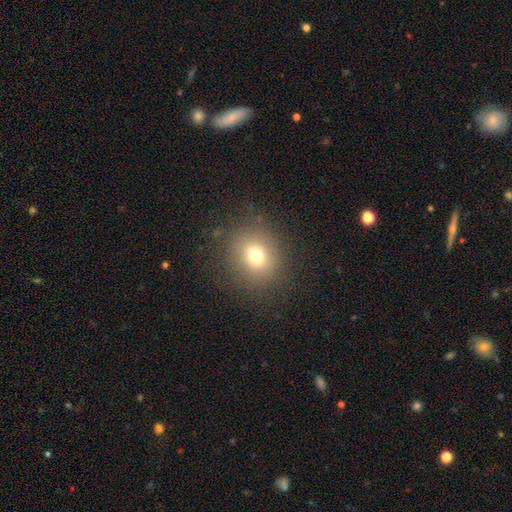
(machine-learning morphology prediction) This appears to be a smooth galaxy with no disk features (73%) that is round (77%). Merging: none (86%).